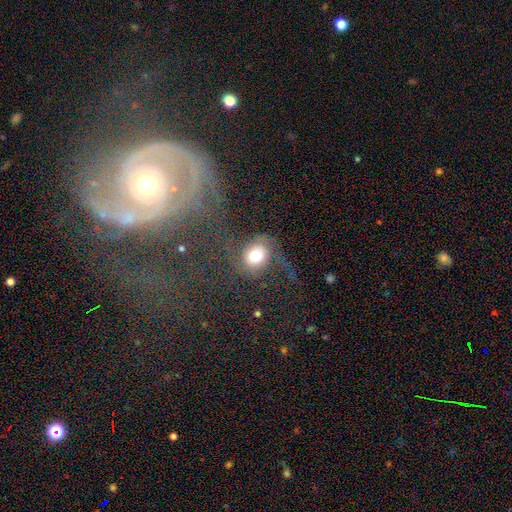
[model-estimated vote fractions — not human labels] Q: Smooth or featured?
A: smooth (56%); runner-up: featured or disk (32%)
Q: How rounded?
A: round (69%); runner-up: in between (30%)
Q: Merging?
A: none (50%); runner-up: major disturbance (27%)